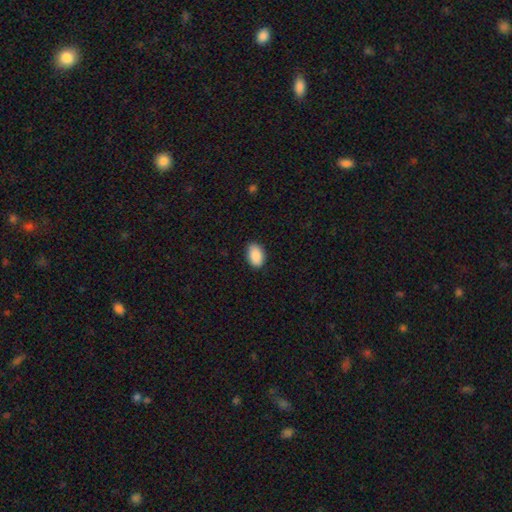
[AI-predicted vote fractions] Smooth or featured?
  - smooth: 90% *
  - star or artifact: 7%
  - featured or disk: 3%
How rounded?
  - in between: 91% *
  - round: 8%
  - cigar-shaped: 1%
Merging?
  - none: 88% *
  - minor disturbance: 9%
  - major disturbance: 2%
  - merger: 1%